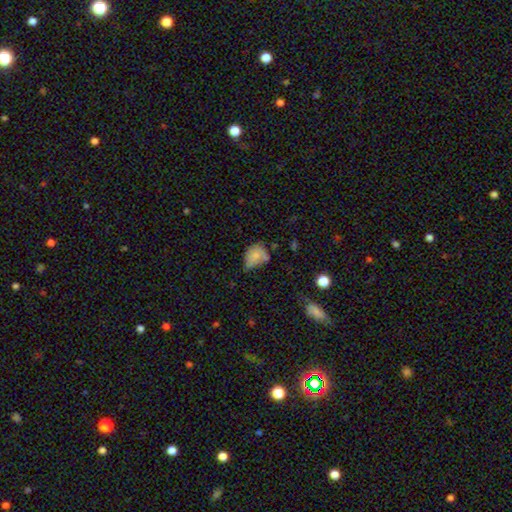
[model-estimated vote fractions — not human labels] This is likely a smooth galaxy (71%). How rounded: likely in between (62%). Merging: marginally minor disturbance (41%).